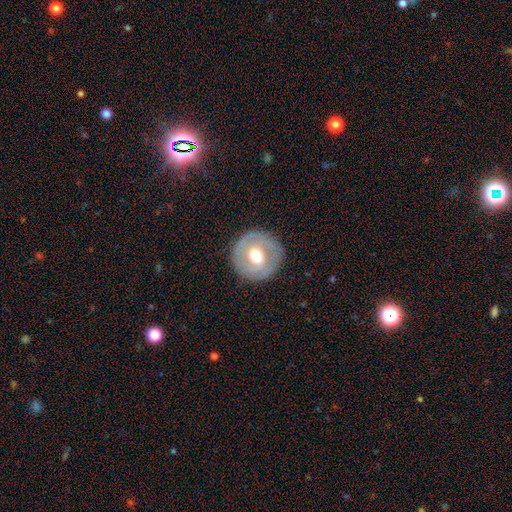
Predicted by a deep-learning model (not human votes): Q: Smooth or featured?
A: featured or disk (52%); runner-up: smooth (42%)
Q: Edge-on disk?
A: no (95%); runner-up: yes (5%)
Q: Merging?
A: none (86%); runner-up: minor disturbance (9%)